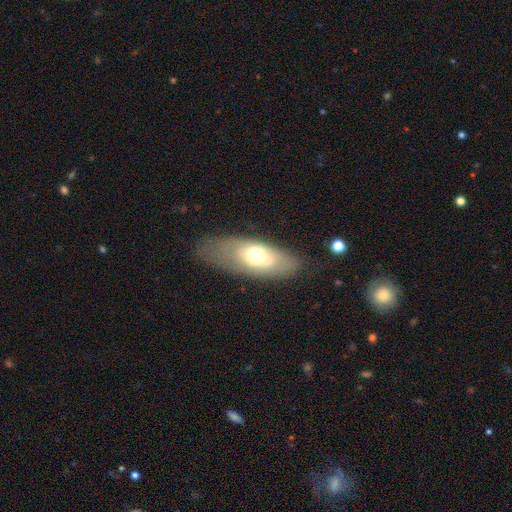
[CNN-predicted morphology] smooth 54%, featured or disk 39%, star or artifact 7%. Down the decision tree: how rounded — in between (81%); merging — none (65%).